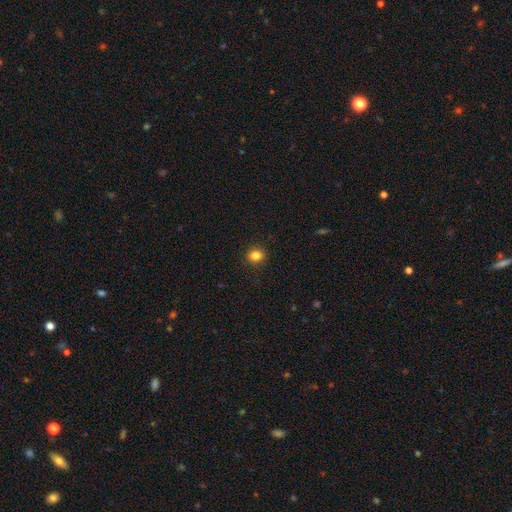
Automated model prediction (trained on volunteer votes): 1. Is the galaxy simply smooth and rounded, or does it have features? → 84% smooth, 11% star or artifact, 5% featured or disk.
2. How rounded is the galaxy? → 62% round, 37% in between, 1% cigar-shaped.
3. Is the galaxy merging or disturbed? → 90% none, 7% minor disturbance, 2% major disturbance, 1% merger.